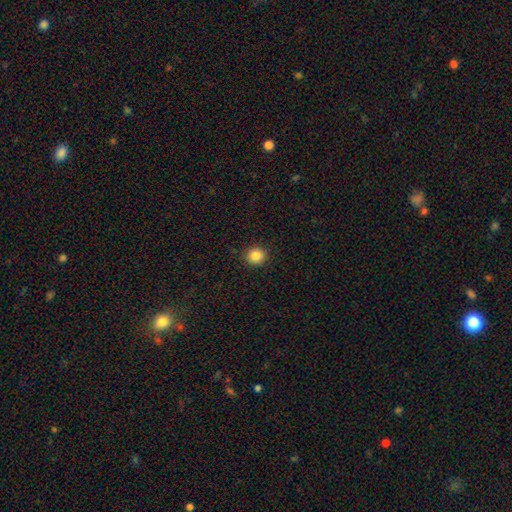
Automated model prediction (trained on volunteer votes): Morphology: type=smooth (85%); roundness=round (91%); merging=none (92%).